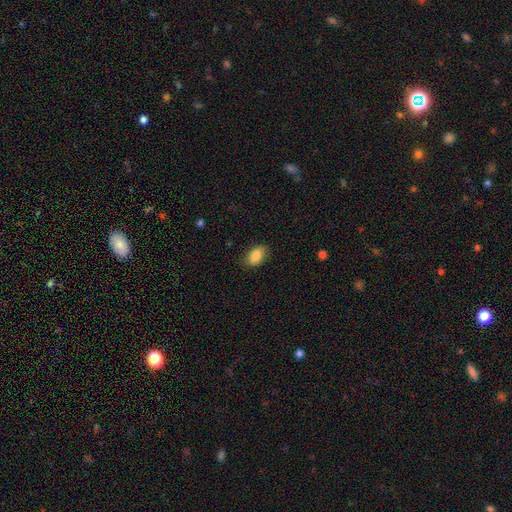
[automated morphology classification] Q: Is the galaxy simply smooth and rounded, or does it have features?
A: smooth — 85%.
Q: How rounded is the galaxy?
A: in between — 90%.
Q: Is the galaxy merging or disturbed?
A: none — 84%.